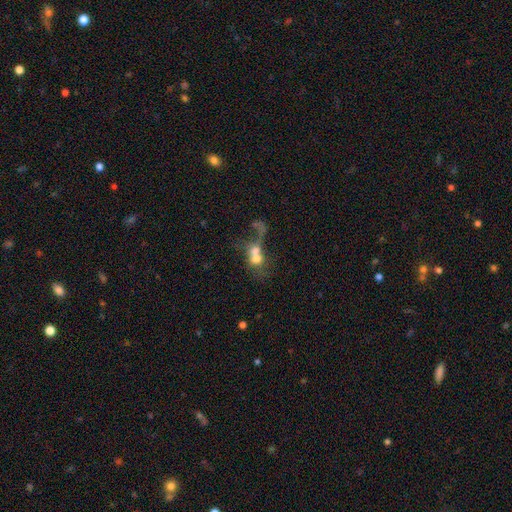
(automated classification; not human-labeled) Morphology: type=smooth (50%); merging=merger (73%).